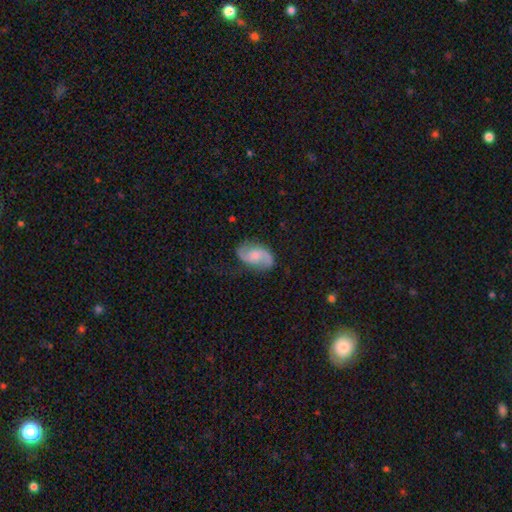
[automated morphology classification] The model was most divided on "spiral winding": loose: 48%, medium: 41%, tight: 11%. Remaining: edge-on disk — no (97%); spiral arms — yes (96%); spiral arm count — 2 (92%); merging — none (79%); smooth or featured — featured or disk (79%); bar — no (53%); bulge size — moderate (42%).